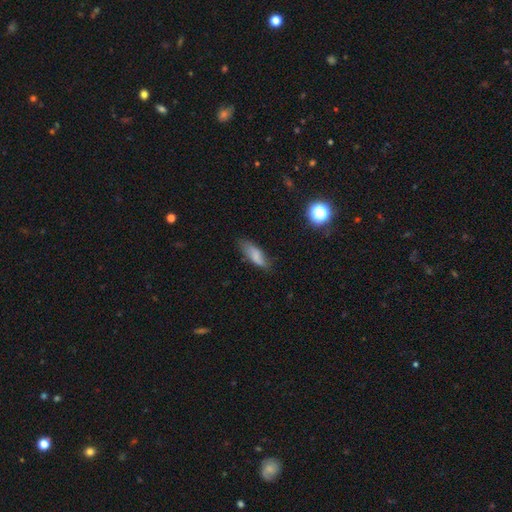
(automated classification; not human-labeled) A smooth galaxy with no disk features (77%) that is in between round and cigar-shaped (62%). Merging: none (65%).